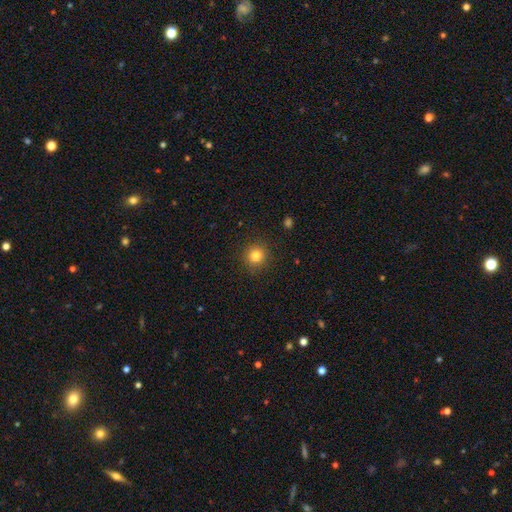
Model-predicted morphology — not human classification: Smooth or featured?
  - smooth: 83% *
  - star or artifact: 12%
  - featured or disk: 6%
How rounded?
  - round: 93% *
  - in between: 6%
  - cigar-shaped: 1%
Merging?
  - none: 91% *
  - minor disturbance: 6%
  - major disturbance: 2%
  - merger: 1%